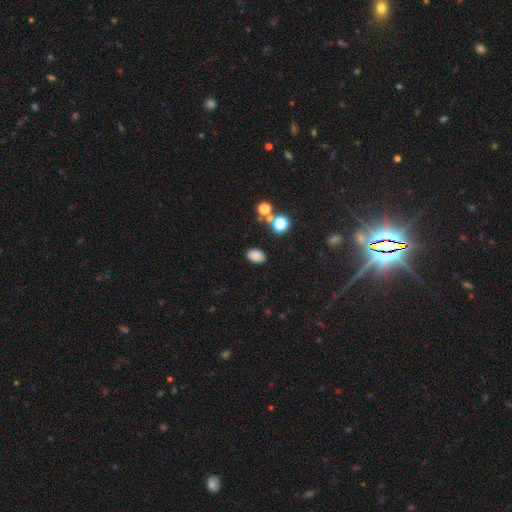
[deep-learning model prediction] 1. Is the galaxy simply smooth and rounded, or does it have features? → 83% smooth, 13% star or artifact, 4% featured or disk.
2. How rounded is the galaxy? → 85% in between, 14% round, 1% cigar-shaped.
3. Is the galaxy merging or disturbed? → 85% none, 9% minor disturbance, 3% major disturbance, 3% merger.